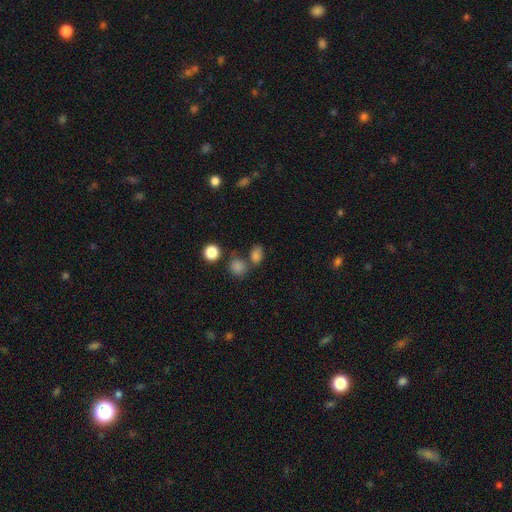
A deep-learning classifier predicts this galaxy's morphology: smooth 79%, star or artifact 15%, featured or disk 6%. Down the decision tree: how rounded — in between (67%); merging — none (57%).